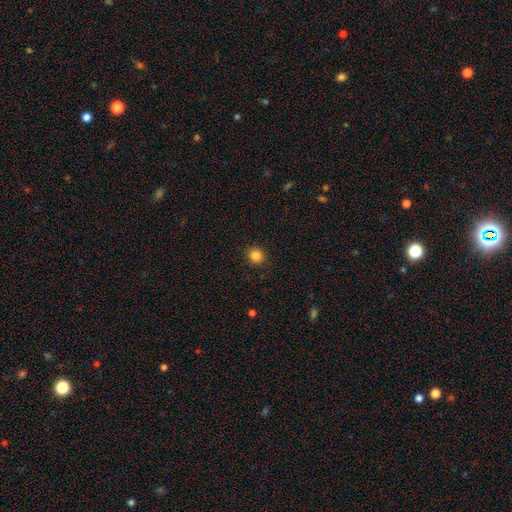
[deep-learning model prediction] Smooth or featured? smooth (85%)
How rounded? round (88%)
Merging? none (91%)